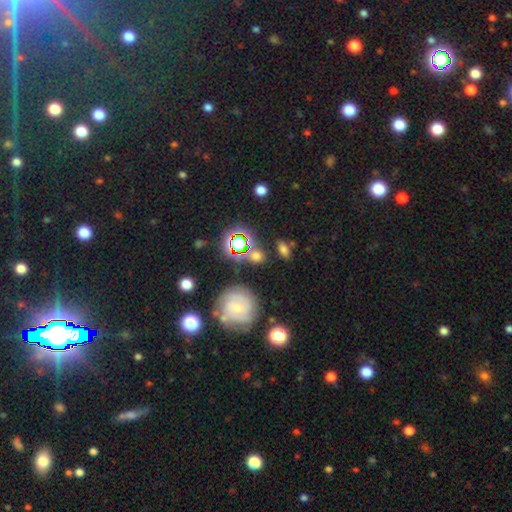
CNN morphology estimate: Smooth or featured?
  - smooth: 47% *
  - star or artifact: 34%
  - featured or disk: 19%
Merging?
  - none: 73% *
  - minor disturbance: 12%
  - merger: 9%
  - major disturbance: 6%